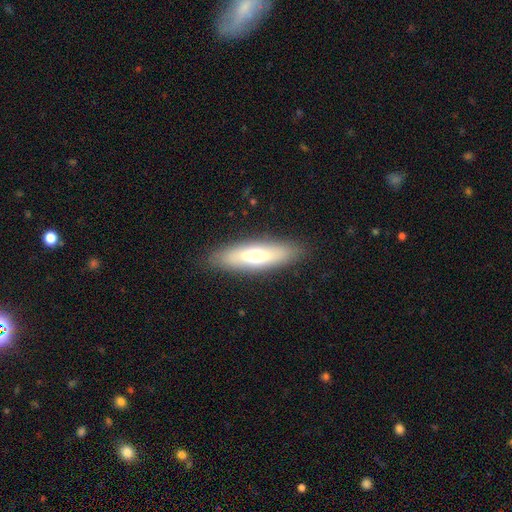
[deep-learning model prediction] Q: Smooth or featured?
A: smooth (58%); runner-up: featured or disk (36%)
Q: How rounded?
A: cigar-shaped (57%); runner-up: in between (41%)
Q: Merging?
A: none (88%); runner-up: minor disturbance (9%)